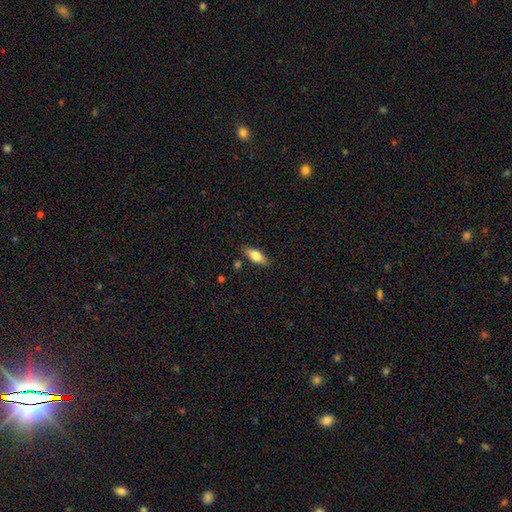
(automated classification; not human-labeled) Smooth or featured?
  - smooth: 71% *
  - featured or disk: 23%
  - star or artifact: 6%
How rounded?
  - in between: 75% *
  - cigar-shaped: 22%
  - round: 3%
Merging?
  - none: 85% *
  - minor disturbance: 11%
  - merger: 2%
  - major disturbance: 2%